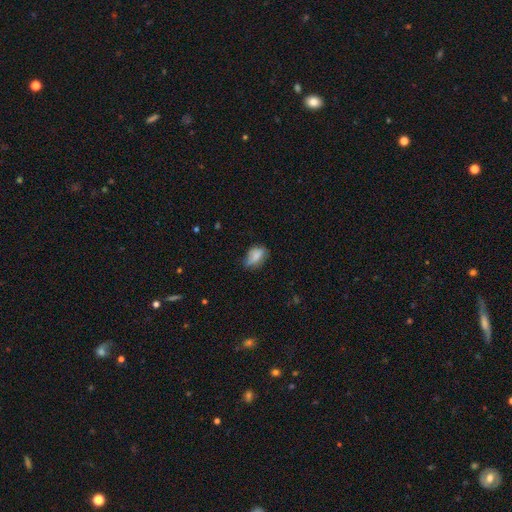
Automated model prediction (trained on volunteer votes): Smooth or featured? Predicted: smooth (p=0.75). How rounded? Predicted: in between (p=0.85). Merging? Predicted: none (p=0.46).